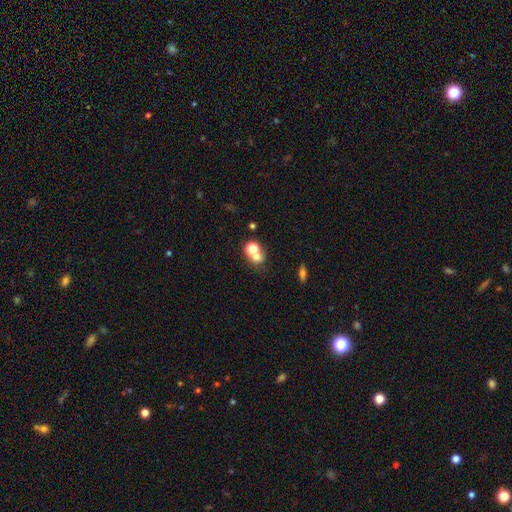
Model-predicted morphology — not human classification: A smooth galaxy with no disk features (66%) that is round (66%). Merging: merger (53%).